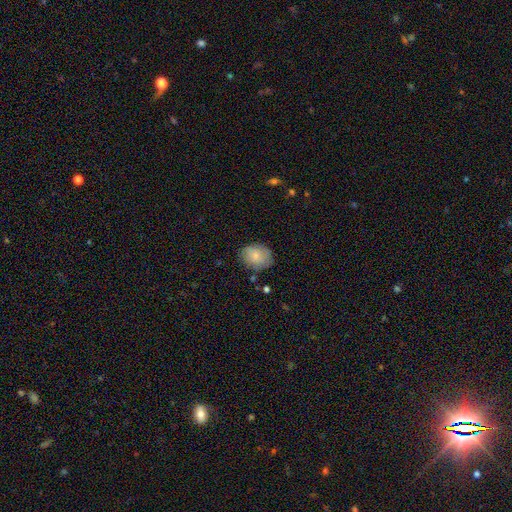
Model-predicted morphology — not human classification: Q: Smooth or featured?
A: smooth (77%); runner-up: featured or disk (16%)
Q: How rounded?
A: in between (54%); runner-up: round (45%)
Q: Merging?
A: none (75%); runner-up: minor disturbance (19%)